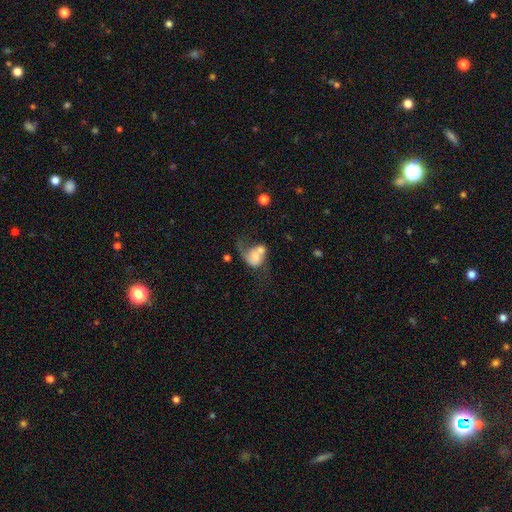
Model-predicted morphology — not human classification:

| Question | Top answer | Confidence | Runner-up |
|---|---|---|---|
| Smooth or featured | smooth | 51% | featured or disk (39%) |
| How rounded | in between | 54% | round (45%) |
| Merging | merger | 47% | major disturbance (22%) |